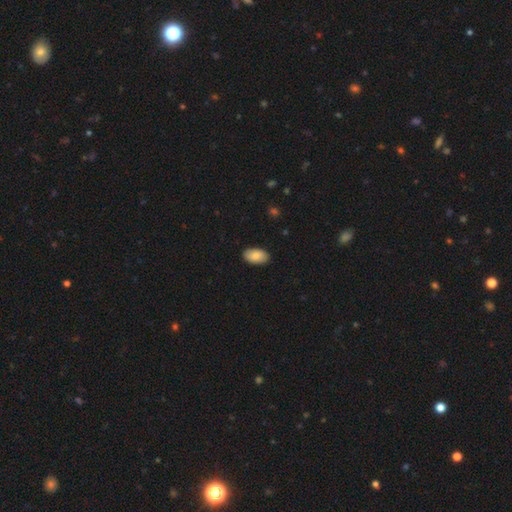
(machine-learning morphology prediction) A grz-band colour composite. It shows a smooth galaxy with no disk features (86%) that is in between round and cigar-shaped (94%). Merging: none (89%).